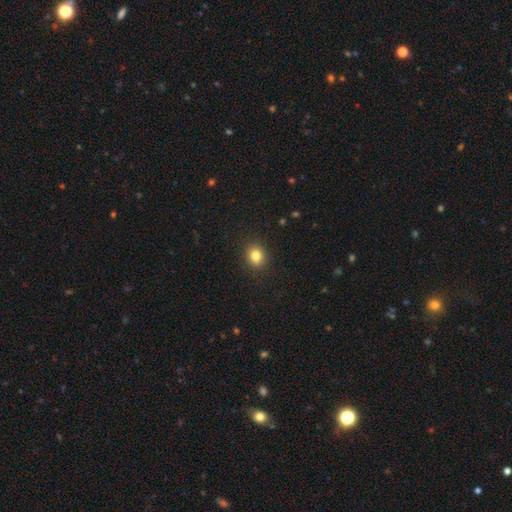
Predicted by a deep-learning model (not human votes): smooth-or-featured: smooth: 82% | star or artifact: 11% | featured or disk: 7%
  how-rounded: round: 71% | in between: 28% | cigar-shaped: 1%
  merging: none: 90% | minor disturbance: 7% | major disturbance: 2% | merger: 1%